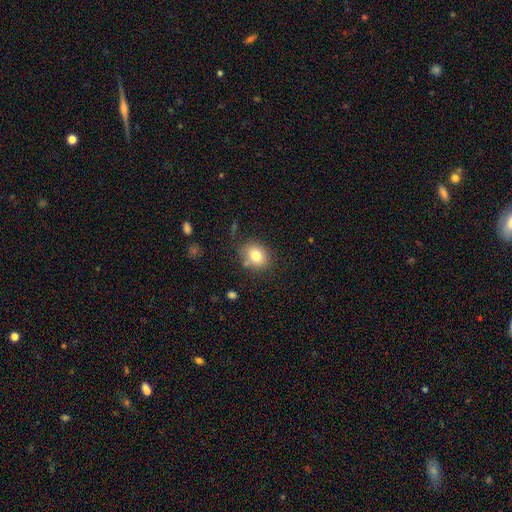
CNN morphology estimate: smooth_or_featured: smooth (p=0.80) [alt: featured or disk p=0.10]
how_rounded: round (p=0.55) [alt: in between p=0.44]
merging: none (p=0.77) [alt: minor disturbance p=0.14]